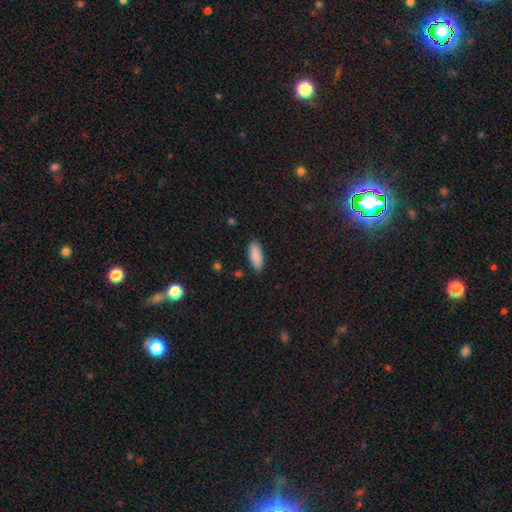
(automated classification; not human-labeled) A smooth galaxy with no disk features (89%) that is in between round and cigar-shaped (76%).

Vote fractions:
- Smooth or featured? smooth: 89% / star or artifact: 6% / featured or disk: 5%
- How rounded? in between: 76% / cigar-shaped: 22% / round: 2%
- Merging? none: 85% / minor disturbance: 11% / major disturbance: 2% / merger: 1%